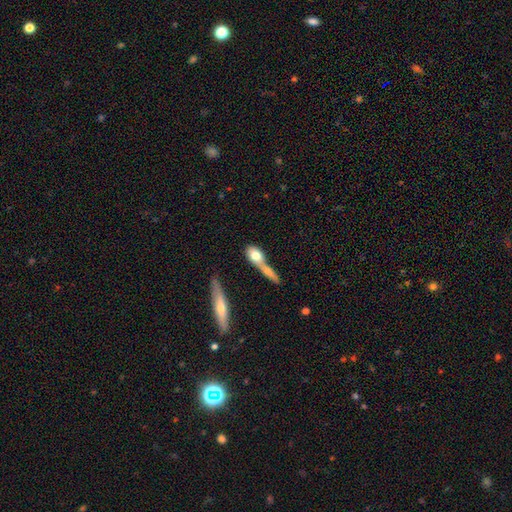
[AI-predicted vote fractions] Smooth or featured?
  - smooth: 68% *
  - featured or disk: 25%
  - star or artifact: 7%
How rounded?
  - in between: 60% *
  - cigar-shaped: 24%
  - round: 16%
Merging?
  - merger: 56% *
  - none: 25%
  - minor disturbance: 11%
  - major disturbance: 9%